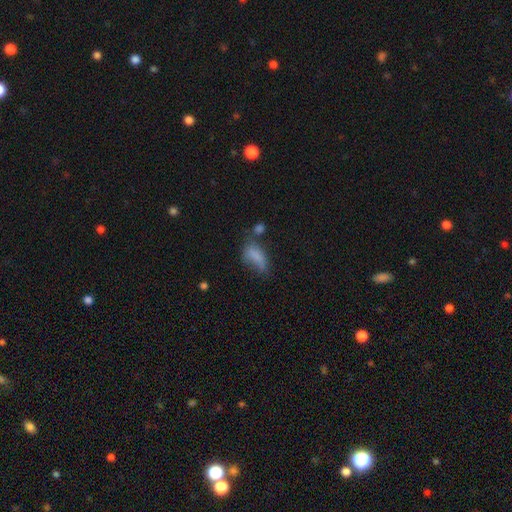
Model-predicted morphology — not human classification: type=smooth (75%); roundness=in between (85%); merging=none (29%).